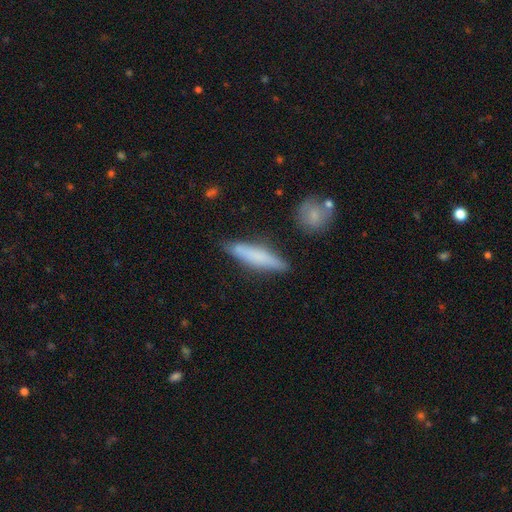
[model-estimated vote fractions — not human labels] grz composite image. It shows a smooth galaxy with no disk features (68%) that is cigar-shaped (84%). Merging: none (82%).